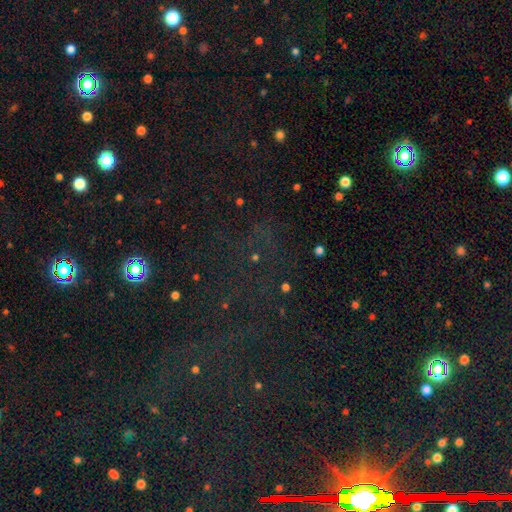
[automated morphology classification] This is likely a star or artifact rather than a galaxy (73%).